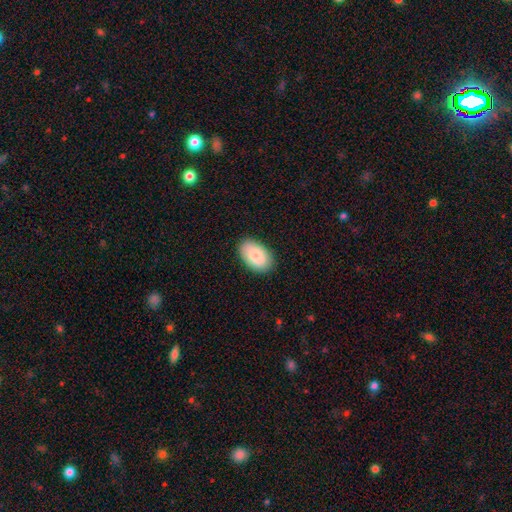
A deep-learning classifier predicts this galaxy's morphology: A smooth galaxy with no disk features (83%) that is in between round and cigar-shaped (93%). Merging: none (87%).